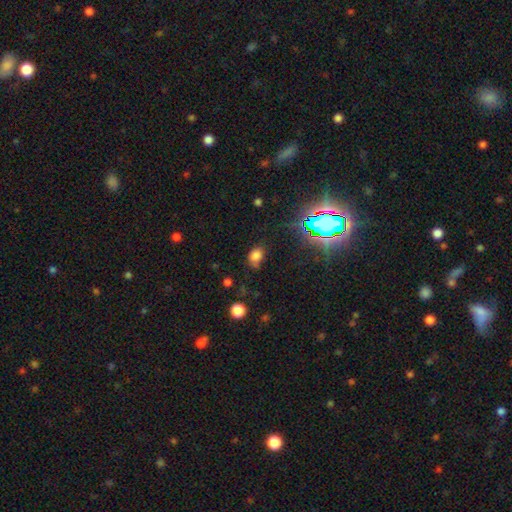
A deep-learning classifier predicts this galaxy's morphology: Smooth or featured? smooth (73%)
How rounded? in between (71%)
Merging? none (59%)